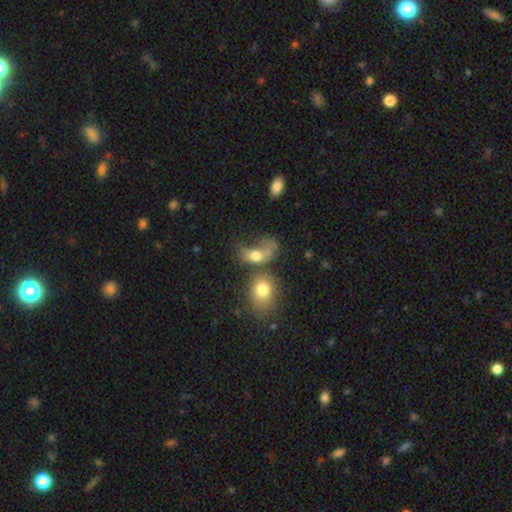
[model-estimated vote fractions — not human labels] Smooth or featured?
  - smooth: 68% *
  - featured or disk: 20%
  - star or artifact: 12%
How rounded?
  - in between: 69% *
  - round: 29%
  - cigar-shaped: 3%
Merging?
  - merger: 50% *
  - major disturbance: 24%
  - none: 15%
  - minor disturbance: 10%